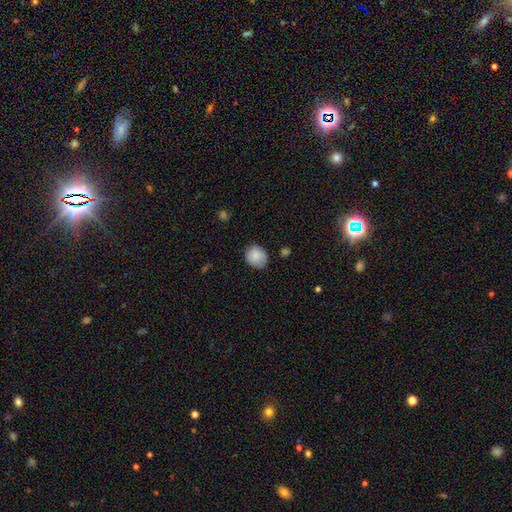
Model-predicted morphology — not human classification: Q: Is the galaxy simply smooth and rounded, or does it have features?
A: smooth — 84%.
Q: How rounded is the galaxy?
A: round — 70%.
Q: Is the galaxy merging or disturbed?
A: none — 78%.